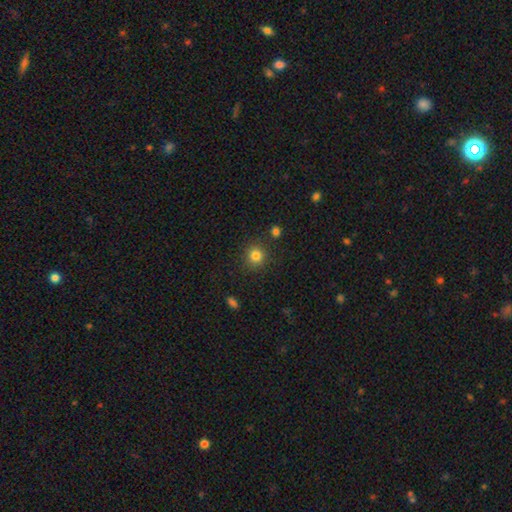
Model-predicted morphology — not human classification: Smooth or featured? smooth (82%)
How rounded? round (90%)
Merging? none (86%)